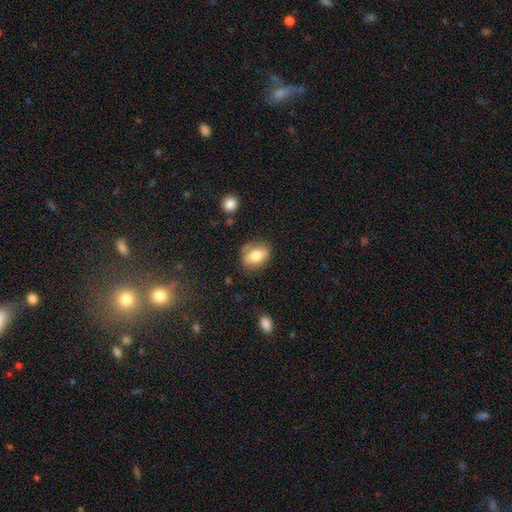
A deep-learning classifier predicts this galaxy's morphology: Smooth or featured? Predicted: smooth (p=0.74). How rounded? Predicted: in between (p=0.72). Merging? Predicted: none (p=0.70).